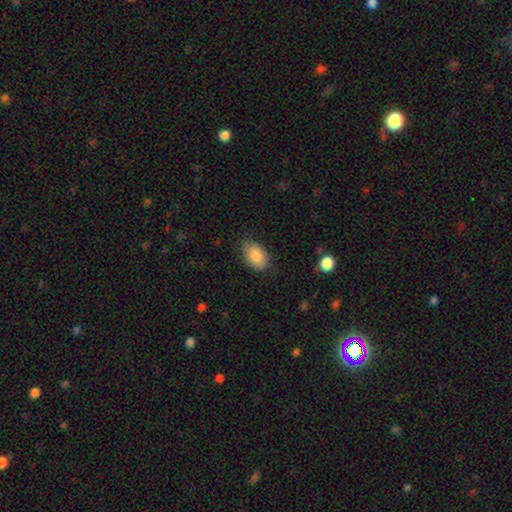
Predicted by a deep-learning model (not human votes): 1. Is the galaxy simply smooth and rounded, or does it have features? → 84% smooth, 9% featured or disk, 7% star or artifact.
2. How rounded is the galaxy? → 88% in between, 11% round, 1% cigar-shaped.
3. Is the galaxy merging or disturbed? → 71% none, 24% minor disturbance, 4% major disturbance, 1% merger.